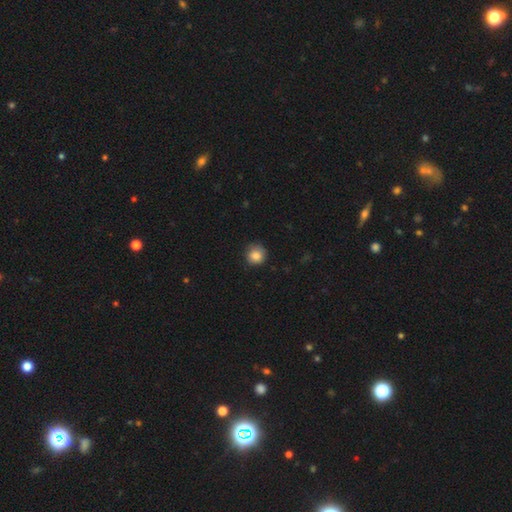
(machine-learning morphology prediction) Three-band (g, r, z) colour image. It shows a smooth galaxy with no disk features (84%) that is round (91%). Merging: none (76%).